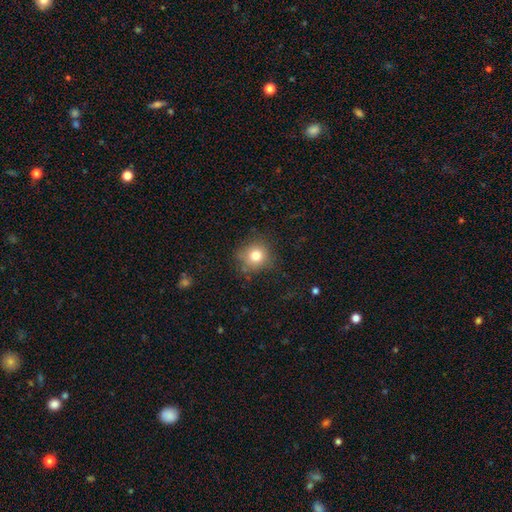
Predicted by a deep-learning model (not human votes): Smooth or featured? Predicted: smooth (p=0.80). How rounded? Predicted: round (p=0.90). Merging? Predicted: none (p=0.79).